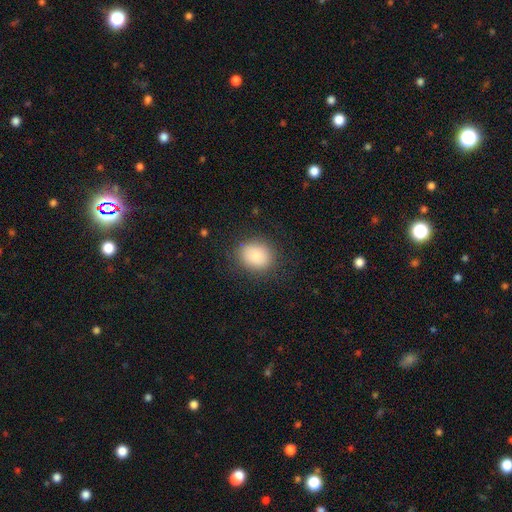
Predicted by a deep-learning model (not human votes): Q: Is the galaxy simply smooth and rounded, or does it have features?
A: smooth — 86%.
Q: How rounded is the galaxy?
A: round — 65%.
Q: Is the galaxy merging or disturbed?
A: none — 84%.